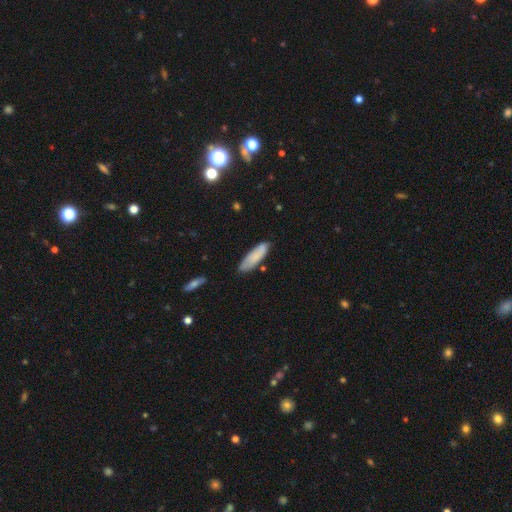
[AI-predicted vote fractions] Morphology: type=smooth (79%); roundness=cigar-shaped (52%); merging=none (76%).